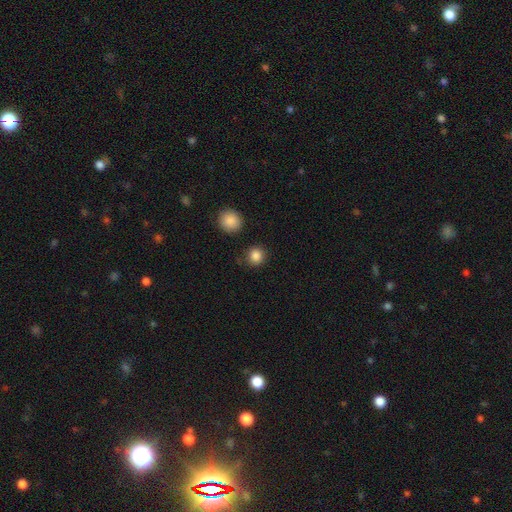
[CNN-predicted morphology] This is clearly a smooth galaxy (86%). How rounded: clearly round (89%). Merging: clearly none (86%).